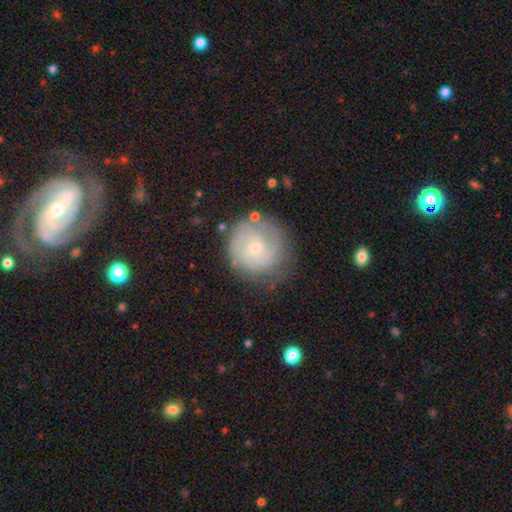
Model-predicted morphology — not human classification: smooth_or_featured: featured or disk (p=0.75) [alt: smooth p=0.18]
disk_edge_on: no (p=0.98) [alt: yes p=0.02]
bar: no (p=0.71) [alt: weak p=0.26]
has_spiral_arms: yes (p=0.93) [alt: no p=0.07]
spiral_winding: tight (p=0.64) [alt: medium p=0.29]
spiral_arm_count: can't tell (p=0.29) [alt: 3 p=0.28]
bulge_size: small (p=0.76) [alt: moderate p=0.19]
merging: none (p=0.73) [alt: minor disturbance p=0.17]